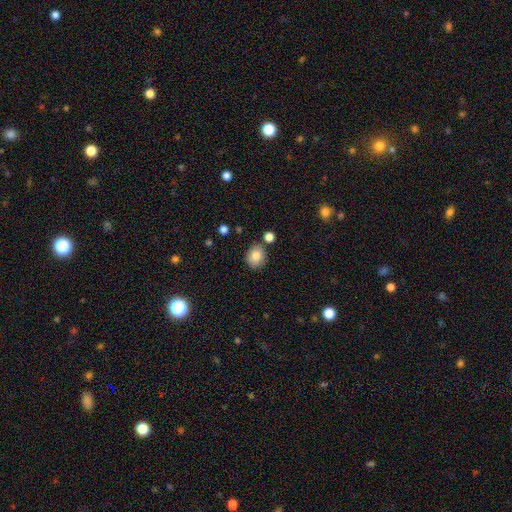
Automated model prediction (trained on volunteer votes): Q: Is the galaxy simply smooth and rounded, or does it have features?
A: smooth — 84%.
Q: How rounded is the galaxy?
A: round — 69%.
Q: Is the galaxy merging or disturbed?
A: none — 78%.